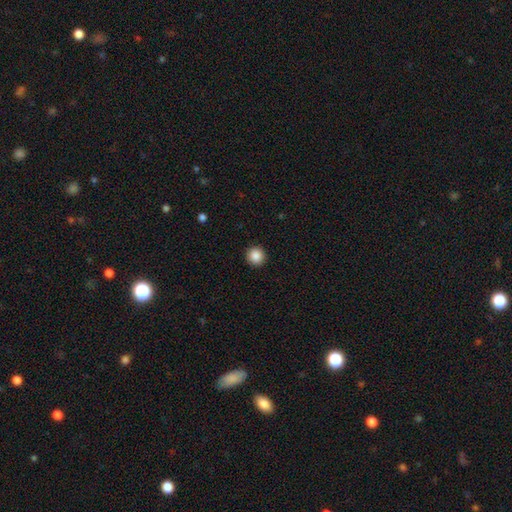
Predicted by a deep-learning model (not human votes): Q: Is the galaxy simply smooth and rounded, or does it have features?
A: smooth — 87%.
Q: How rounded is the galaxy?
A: round — 95%.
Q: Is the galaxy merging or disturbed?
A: none — 93%.